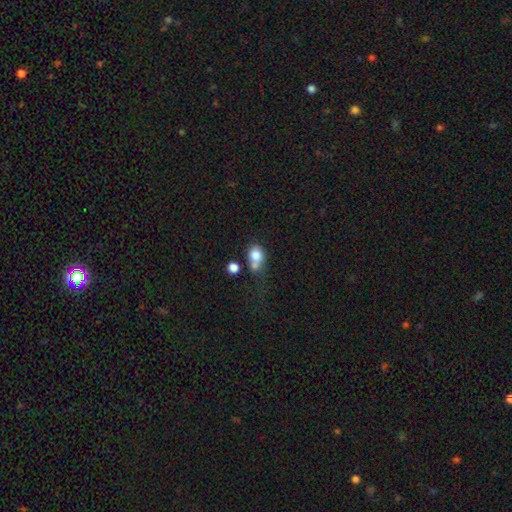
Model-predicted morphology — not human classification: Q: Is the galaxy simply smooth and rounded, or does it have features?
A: smooth — 78%.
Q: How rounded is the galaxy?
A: round — 65%.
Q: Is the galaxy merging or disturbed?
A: merger — 46%.